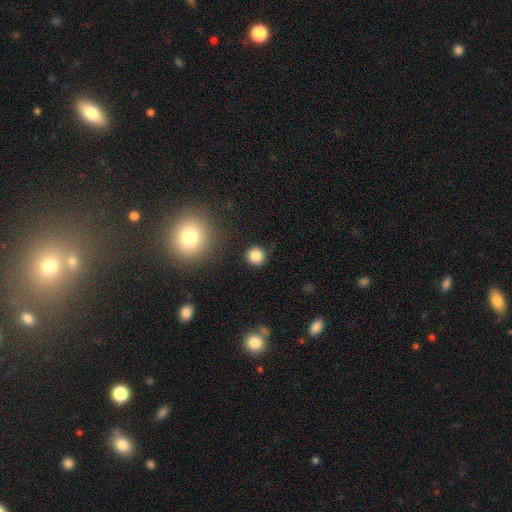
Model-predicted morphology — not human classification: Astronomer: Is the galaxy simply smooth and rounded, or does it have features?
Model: smooth — 84%.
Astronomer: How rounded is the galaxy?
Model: round — 93%.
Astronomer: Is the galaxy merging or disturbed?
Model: none — 88%.